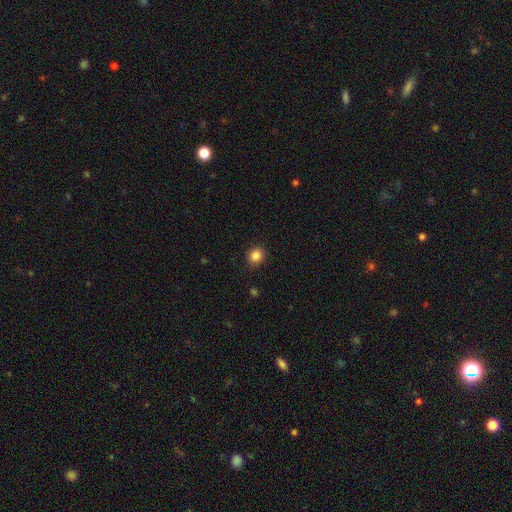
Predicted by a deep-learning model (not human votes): Smooth or featured? Predicted: smooth (p=0.85). How rounded? Predicted: round (p=0.81). Merging? Predicted: none (p=0.90).